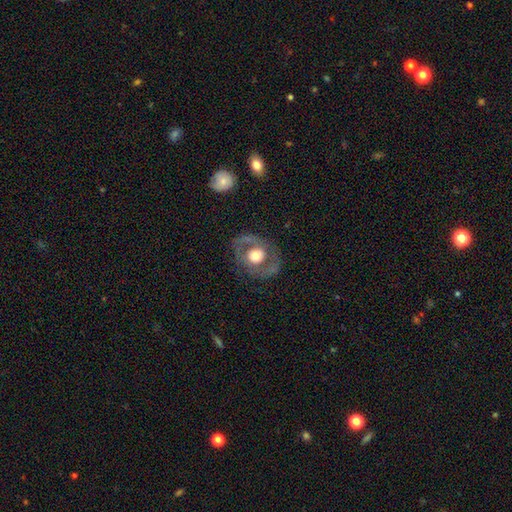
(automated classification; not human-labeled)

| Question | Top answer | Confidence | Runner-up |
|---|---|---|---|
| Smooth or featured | featured or disk | 62% | smooth (31%) |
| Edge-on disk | no | 95% | yes (5%) |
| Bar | no | 77% | weak (18%) |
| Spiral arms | yes | 52% | no (48%) |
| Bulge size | moderate | 49% | large (40%) |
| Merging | none | 75% | minor disturbance (13%) |